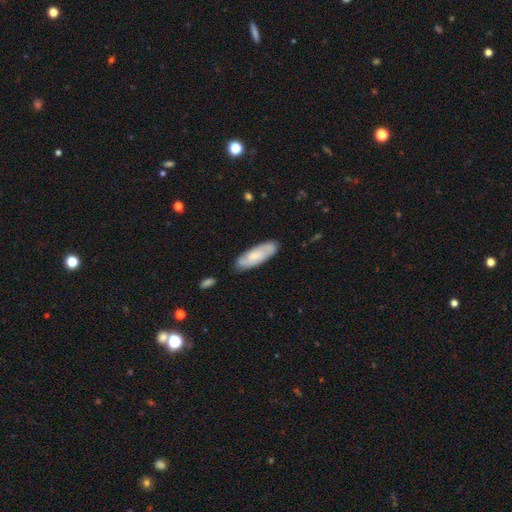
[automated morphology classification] Smooth or featured?
  - featured or disk: 47% * (tied)
  - smooth: 47% * (tied)
  - star or artifact: 6%
Merging?
  - none: 83% *
  - minor disturbance: 13%
  - major disturbance: 2%
  - merger: 2%